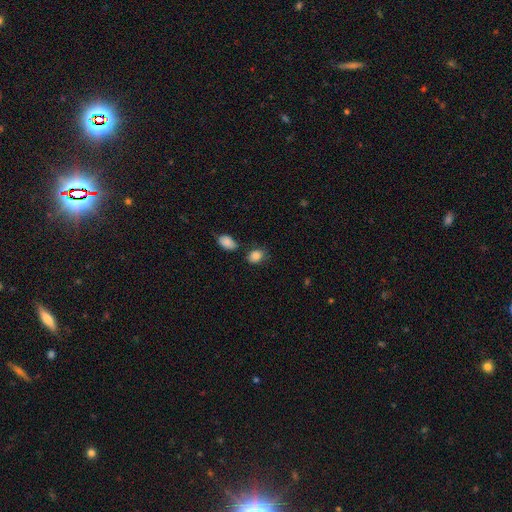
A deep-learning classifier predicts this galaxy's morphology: type=smooth (86%); roundness=in between (67%); merging=none (67%).